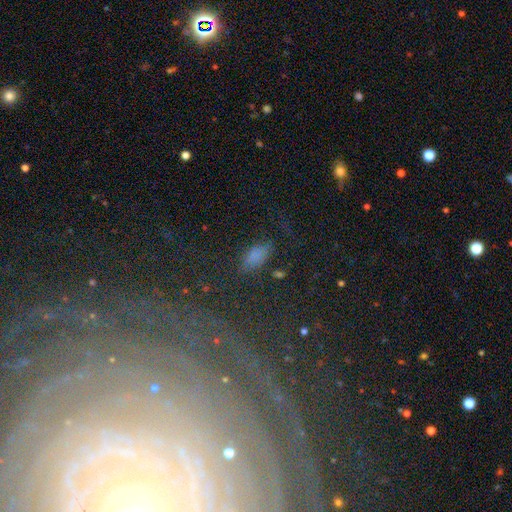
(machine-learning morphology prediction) smooth-or-featured: smooth: 67% | star or artifact: 21% | featured or disk: 12%
  how-rounded: in between: 86% | cigar-shaped: 9% | round: 5%
  merging: none: 62% | minor disturbance: 22% | major disturbance: 11% | merger: 4%